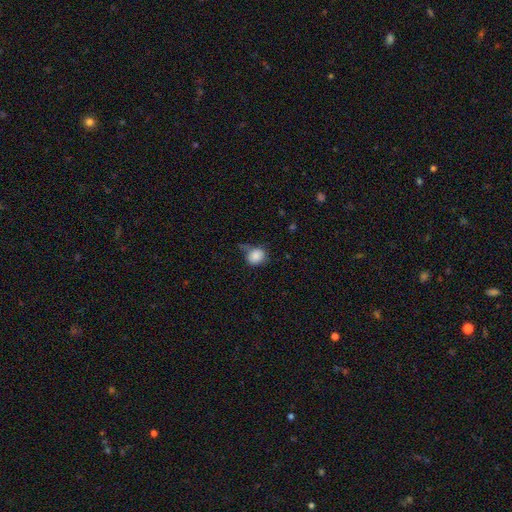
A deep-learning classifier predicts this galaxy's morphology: A smooth galaxy with no disk features (84%) that is round (74%).

Vote fractions:
- Smooth or featured? smooth: 84% / star or artifact: 9% / featured or disk: 7%
- How rounded? round: 74% / in between: 25% / cigar-shaped: 1%
- Merging? none: 49% / minor disturbance: 33% / major disturbance: 12% / merger: 6%